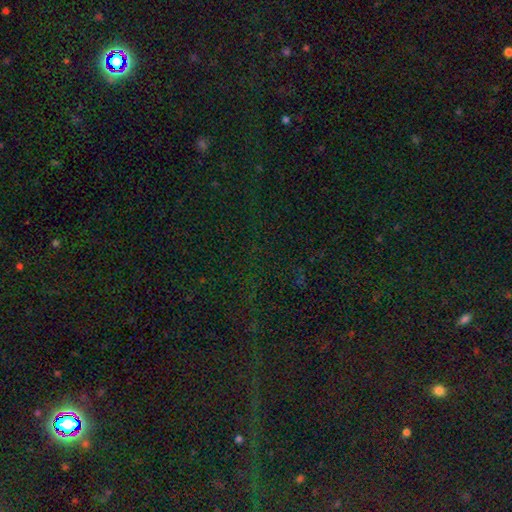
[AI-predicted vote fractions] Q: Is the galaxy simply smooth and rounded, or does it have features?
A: star or artifact — 83%.